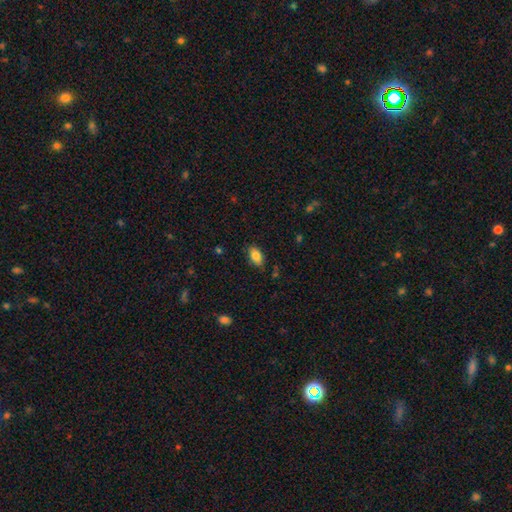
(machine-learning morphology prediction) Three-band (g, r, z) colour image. It shows a smooth galaxy with no disk features (84%) that is in between round and cigar-shaped (91%). Merging: none (80%).